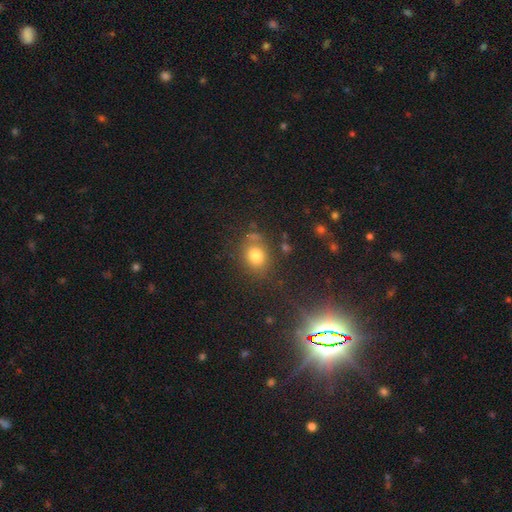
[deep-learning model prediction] Smooth or featured? smooth (76%)
How rounded? round (59%)
Merging? none (72%)